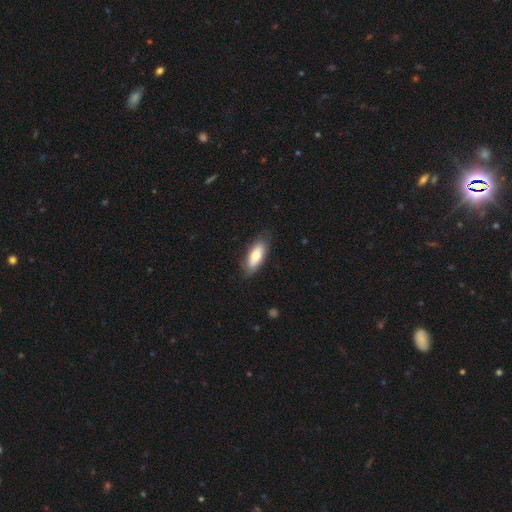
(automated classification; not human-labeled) This is likely a smooth galaxy (75%). How rounded: likely in between (78%). Merging: clearly none (82%).